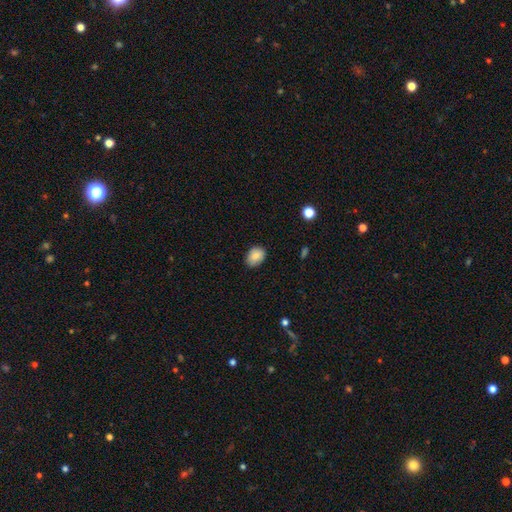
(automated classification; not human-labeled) This appears to be a smooth galaxy with no disk features (85%) that is in between round and cigar-shaped (72%). Merging: none (84%).